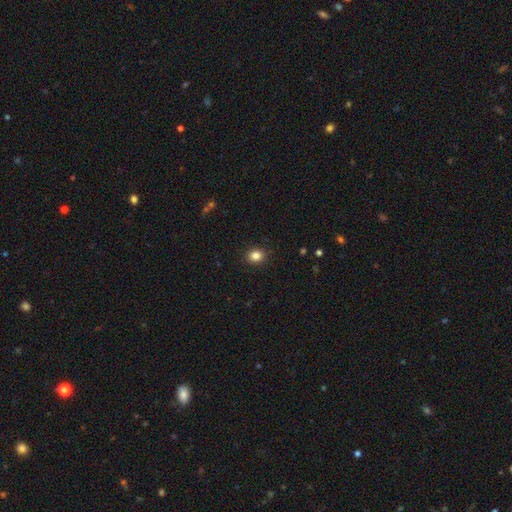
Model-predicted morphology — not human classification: Overall: smooth (85%). How rounded: round (63%; in between 36%). Merging: none (90%).